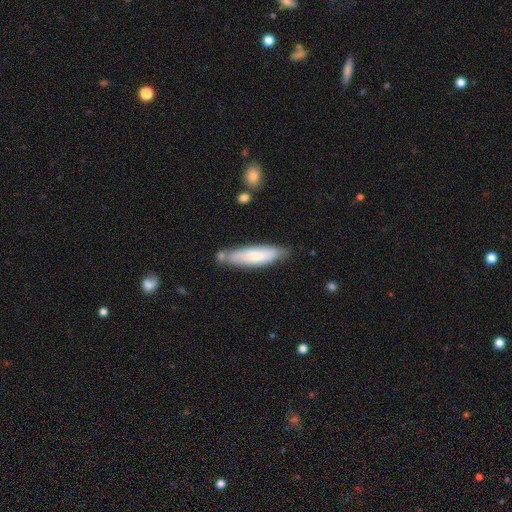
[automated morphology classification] type=smooth (70%); roundness=cigar-shaped (66%); merging=none (68%).